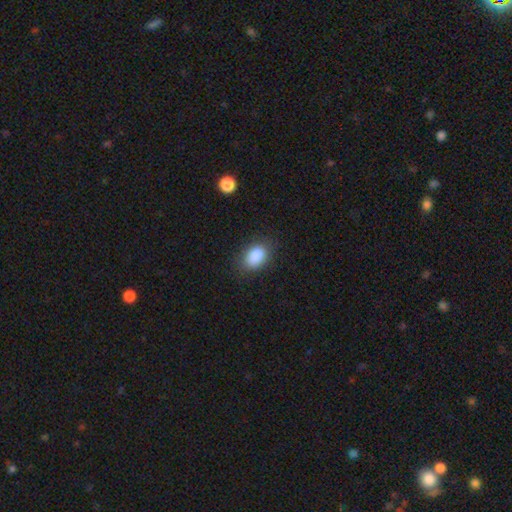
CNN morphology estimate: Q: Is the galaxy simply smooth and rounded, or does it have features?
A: smooth — 88%.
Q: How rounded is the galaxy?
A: in between — 85%.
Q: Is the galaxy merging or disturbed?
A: none — 80%.